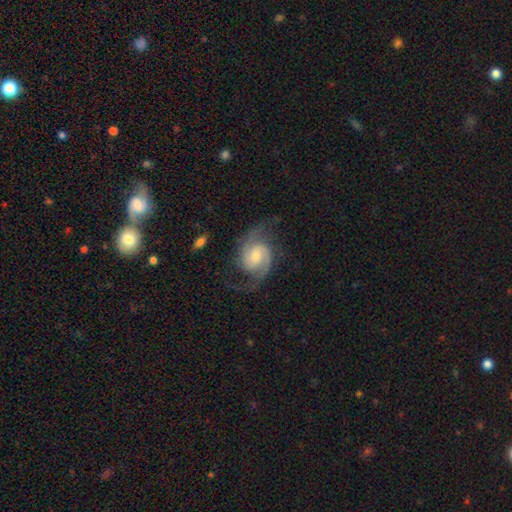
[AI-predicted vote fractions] Smooth or featured? Predicted: featured or disk (p=0.89). Edge-on disk? Predicted: no (p=0.98). Bar? Predicted: no (p=0.52). Spiral arms? Predicted: yes (p=0.98). Spiral winding? Predicted: medium (p=0.54). Spiral arm count? Predicted: 2 (p=0.91). Bulge size? Predicted: moderate (p=0.45). Merging? Predicted: none (p=0.70).